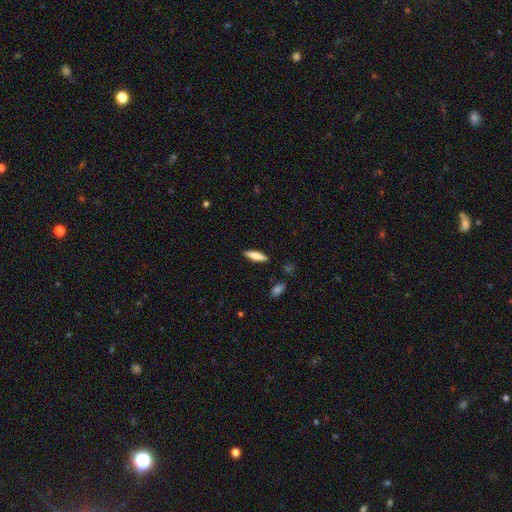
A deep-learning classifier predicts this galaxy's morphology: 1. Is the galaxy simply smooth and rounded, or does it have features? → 77% smooth, 17% featured or disk, 6% star or artifact.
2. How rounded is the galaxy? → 69% cigar-shaped, 29% in between, 2% round.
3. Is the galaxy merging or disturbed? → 89% none, 8% minor disturbance, 2% major disturbance, 2% merger.